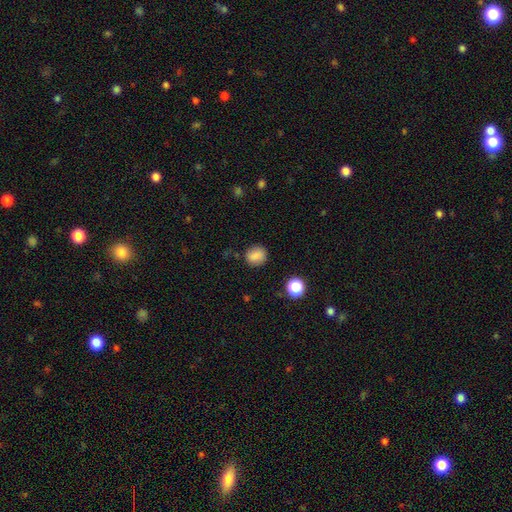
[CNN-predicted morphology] smooth_or_featured: smooth (p=0.83) [alt: star or artifact p=0.11]
how_rounded: round (p=0.66) [alt: in between p=0.33]
merging: none (p=0.82) [alt: minor disturbance p=0.12]